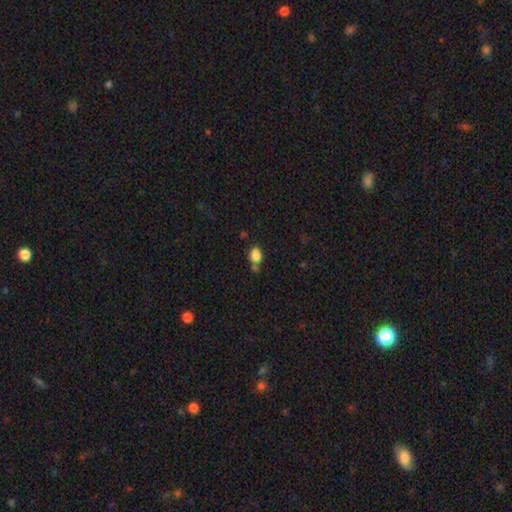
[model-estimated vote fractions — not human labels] A smooth galaxy with no disk features (81%) that is in between round and cigar-shaped (73%). Merging: none (42%).